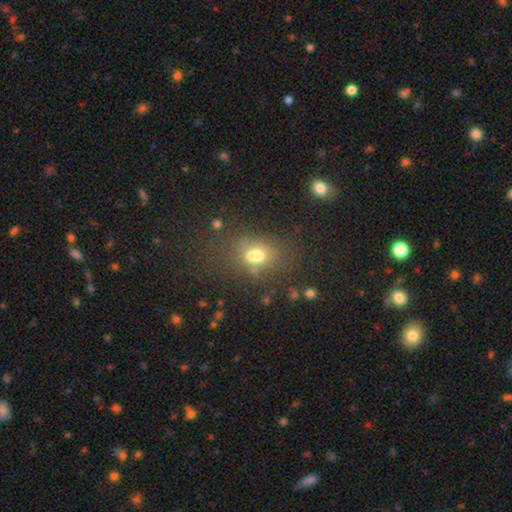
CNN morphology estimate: The model was most divided on "merging": none: 48%, merger: 25%, minor disturbance: 16%, major disturbance: 12%. More confident: how rounded — in between (66%); smooth or featured — smooth (65%).